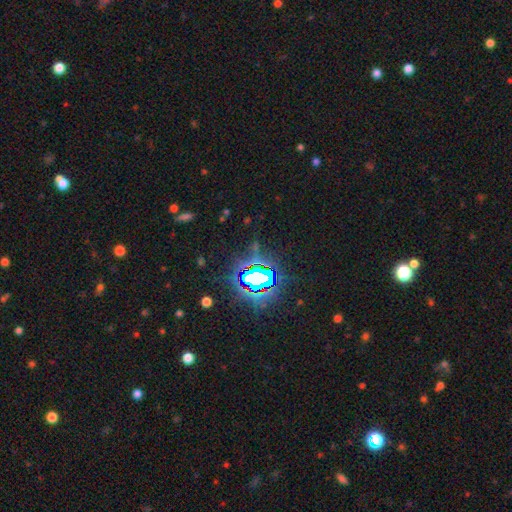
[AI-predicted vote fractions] Smooth or featured: star or artifact — 80% (smooth — 11%)